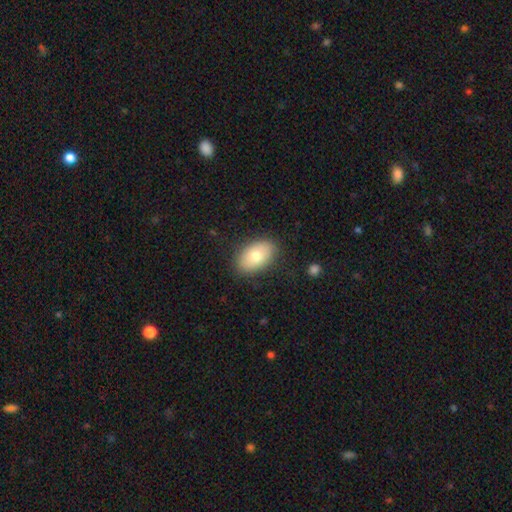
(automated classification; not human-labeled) Smooth or featured?
  - smooth: 76% *
  - featured or disk: 17%
  - star or artifact: 7%
How rounded?
  - in between: 91% *
  - round: 7%
  - cigar-shaped: 1%
Merging?
  - none: 85% *
  - minor disturbance: 11%
  - major disturbance: 3%
  - merger: 1%